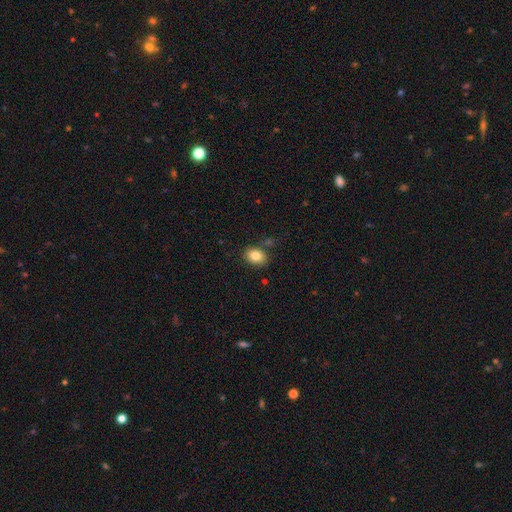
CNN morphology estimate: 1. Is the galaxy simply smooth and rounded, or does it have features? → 83% smooth, 9% star or artifact, 9% featured or disk.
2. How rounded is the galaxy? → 70% in between, 29% round, 1% cigar-shaped.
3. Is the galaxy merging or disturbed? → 80% none, 11% minor disturbance, 6% merger, 3% major disturbance.